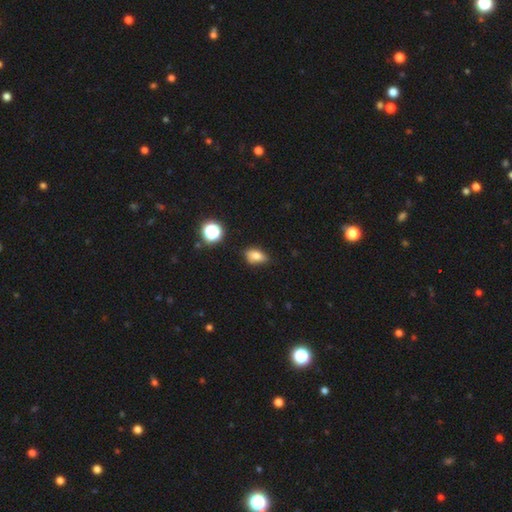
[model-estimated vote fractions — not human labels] Smooth or featured? Predicted: smooth (p=0.78). How rounded? Predicted: in between (p=0.80). Merging? Predicted: none (p=0.66).